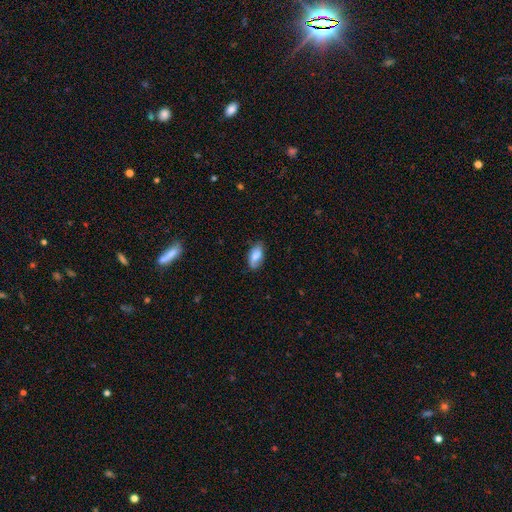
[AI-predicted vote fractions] smooth_or_featured: smooth (p=0.71) [alt: featured or disk p=0.22]
how_rounded: in between (p=0.92) [alt: cigar-shaped p=0.04]
merging: none (p=0.71) [alt: minor disturbance p=0.23]